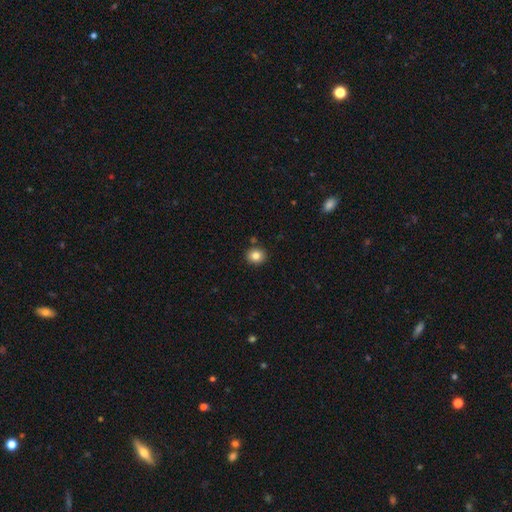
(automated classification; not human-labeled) The model was most divided on "how rounded": round: 80%, in between: 19%, cigar-shaped: 1%. More confident: merging — none (87%); smooth or featured — smooth (84%).